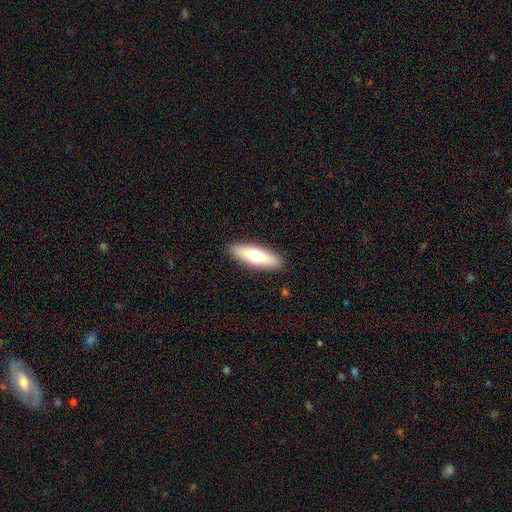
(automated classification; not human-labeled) This is likely a smooth galaxy (63%). How rounded: possibly cigar-shaped (50%). Merging: clearly none (90%).